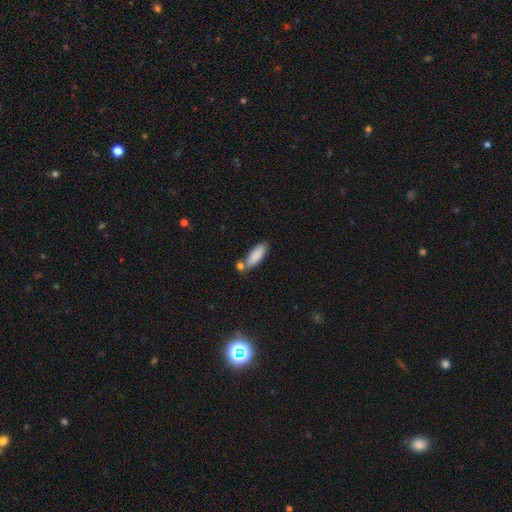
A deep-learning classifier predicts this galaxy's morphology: This appears to be a smooth galaxy with no disk features (86%) that is in between round and cigar-shaped (61%). Merging: none (61%).